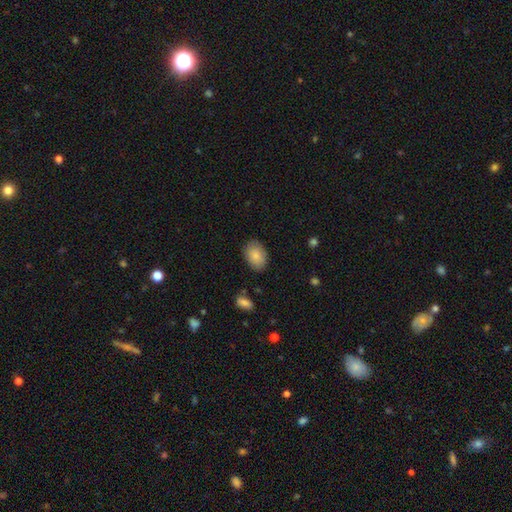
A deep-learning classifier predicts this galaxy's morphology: Q: Smooth or featured?
A: smooth (86%); runner-up: featured or disk (7%)
Q: How rounded?
A: in between (84%); runner-up: round (15%)
Q: Merging?
A: none (85%); runner-up: minor disturbance (11%)